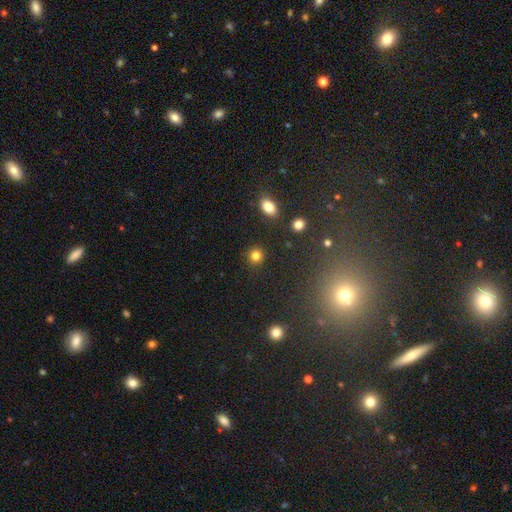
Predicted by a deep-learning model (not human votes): The model was most divided on "smooth or featured": smooth: 82%, star or artifact: 12%, featured or disk: 5%. More confident: merging — none (89%); how rounded — round (89%).